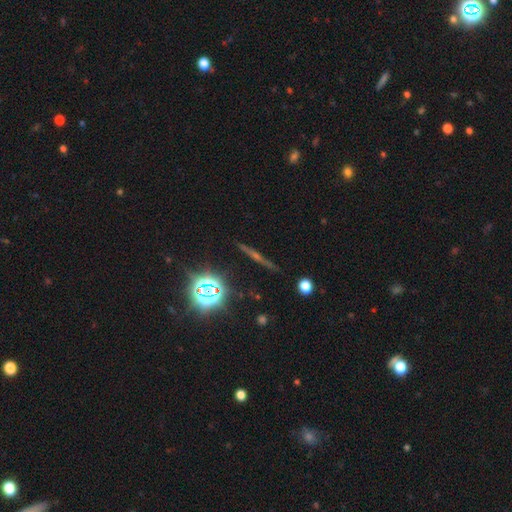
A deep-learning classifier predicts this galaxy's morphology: A featured or disk galaxy (53%) viewed edge-on (95%) with a rounded central bulge (61%).

Vote fractions:
- Smooth or featured? featured or disk: 53% / star or artifact: 28% / smooth: 19%
- Edge-on disk? yes: 95% / no: 5%
- Edge-on bulge? rounded: 61% / none: 29% / boxy: 10%
- Merging? none: 89% / minor disturbance: 7% / major disturbance: 2% / merger: 2%